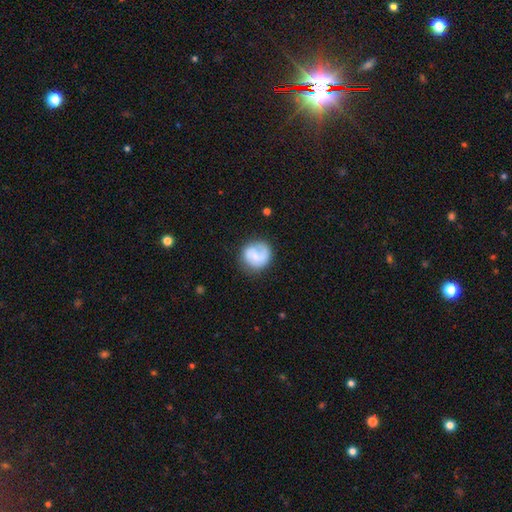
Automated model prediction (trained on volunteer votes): Smooth or featured: featured or disk — 48% (smooth — 45%)
Merging: none — 69% (minor disturbance — 18%)